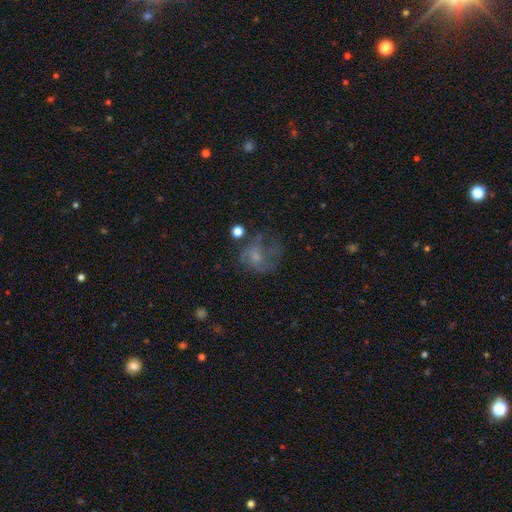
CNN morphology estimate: A featured or disk galaxy (46%). Merging: none (38%).